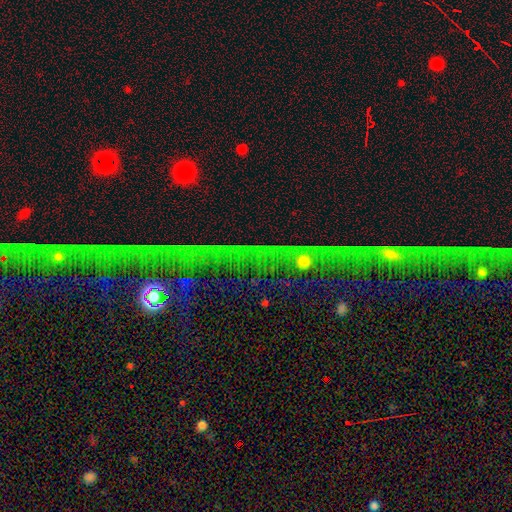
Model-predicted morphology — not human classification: This appears to be a star or artifact, not a galaxy (78%).